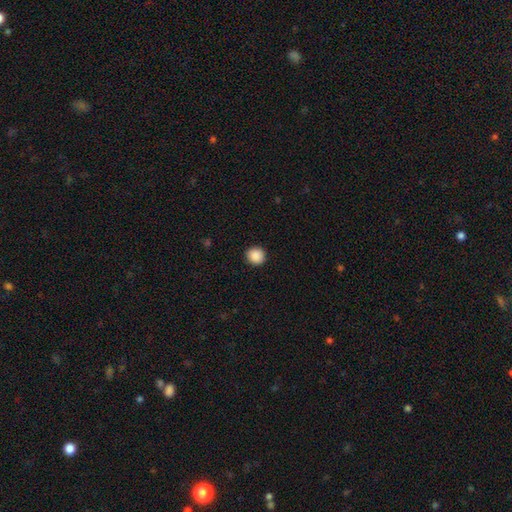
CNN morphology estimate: Q: Smooth or featured?
A: smooth (89%); runner-up: star or artifact (9%)
Q: How rounded?
A: round (91%); runner-up: in between (9%)
Q: Merging?
A: none (91%); runner-up: minor disturbance (6%)